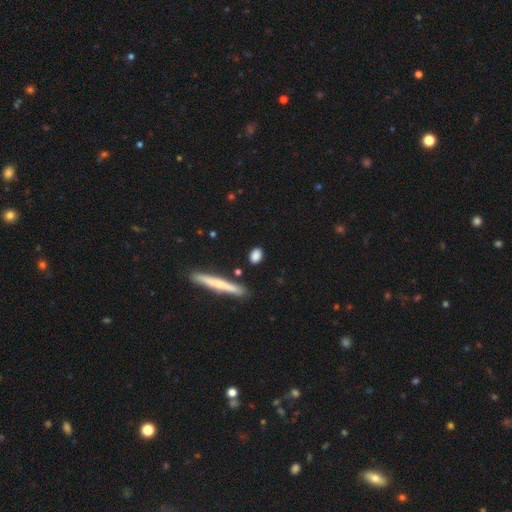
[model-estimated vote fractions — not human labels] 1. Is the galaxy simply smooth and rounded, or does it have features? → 84% smooth, 10% featured or disk, 7% star or artifact.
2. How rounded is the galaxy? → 65% in between, 18% round, 18% cigar-shaped.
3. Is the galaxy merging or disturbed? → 83% none, 11% minor disturbance, 3% merger, 3% major disturbance.